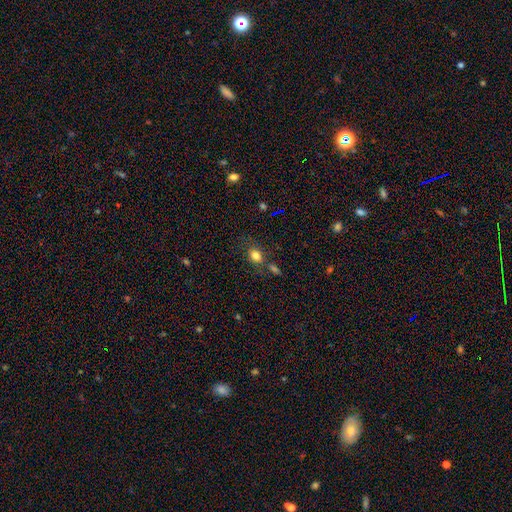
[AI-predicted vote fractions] The model was most divided on "how rounded": in between: 52%, round: 47%, cigar-shaped: 2%. More confident: smooth or featured — smooth (79%); merging — none (65%).